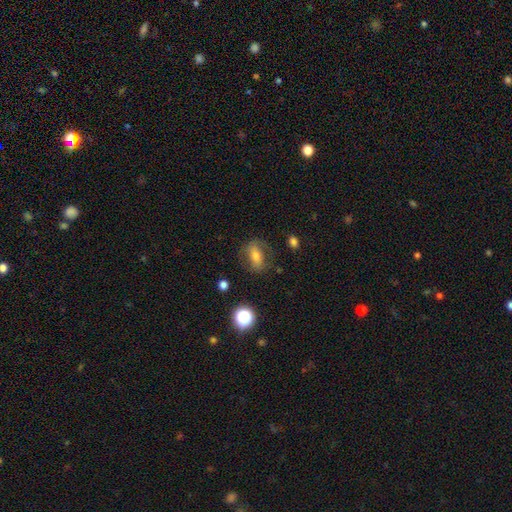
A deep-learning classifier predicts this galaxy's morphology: A smooth galaxy with no disk features (54%) that is in between round and cigar-shaped (69%).

Vote fractions:
- Smooth or featured? smooth: 54% / featured or disk: 33% / star or artifact: 13%
- How rounded? in between: 69% / round: 27% / cigar-shaped: 5%
- Merging? none: 71% / minor disturbance: 17% / major disturbance: 9% / merger: 2%